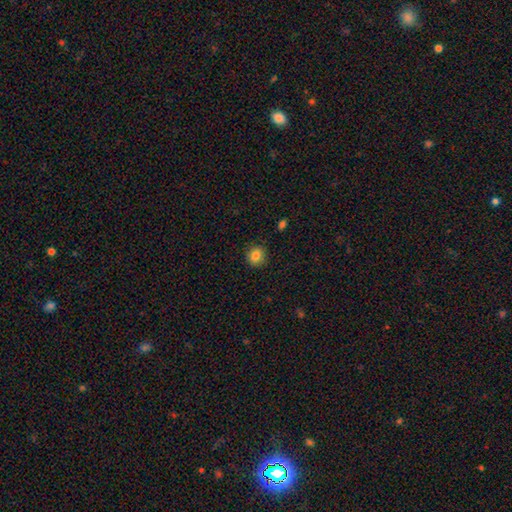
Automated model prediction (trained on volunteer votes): smooth 84%, star or artifact 10%, featured or disk 6%. Down the decision tree: how rounded — round (85%); merging — none (89%).